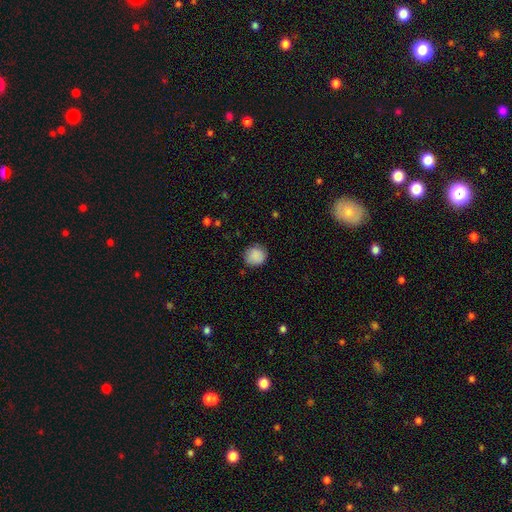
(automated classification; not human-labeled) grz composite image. It shows a smooth galaxy with no disk features (89%) that is round (89%). Merging: none (85%).